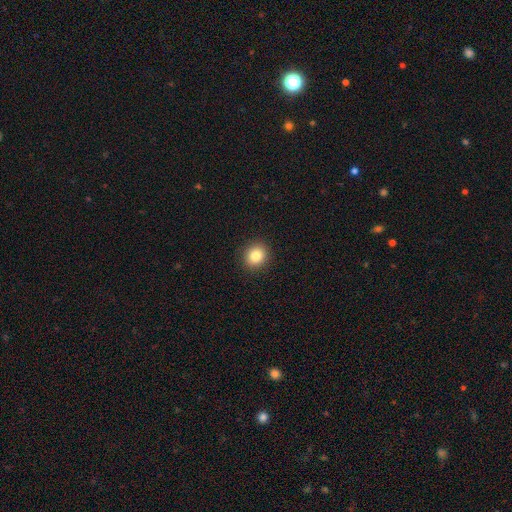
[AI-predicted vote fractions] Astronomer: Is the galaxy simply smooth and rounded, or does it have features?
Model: smooth — 83%.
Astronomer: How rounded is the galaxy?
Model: round — 84%.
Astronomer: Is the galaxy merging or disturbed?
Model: none — 92%.